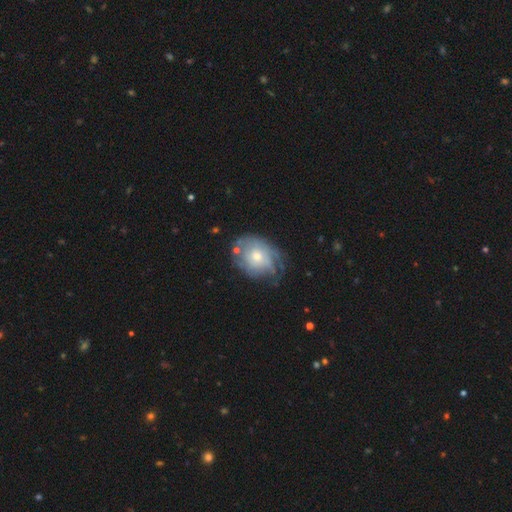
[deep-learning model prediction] Smooth or featured? featured or disk (58%)
Edge-on disk? no (96%)
Bar? no (82%)
Spiral arms? yes (67%)
Bulge size? moderate (58%)
Merging? none (55%)